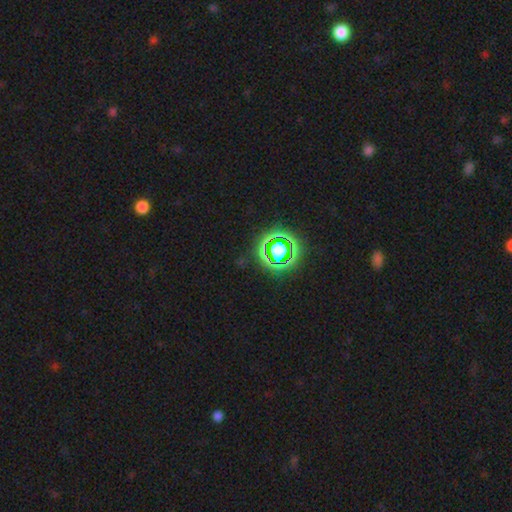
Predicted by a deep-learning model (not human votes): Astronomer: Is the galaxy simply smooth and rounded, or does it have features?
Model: star or artifact — 79%.